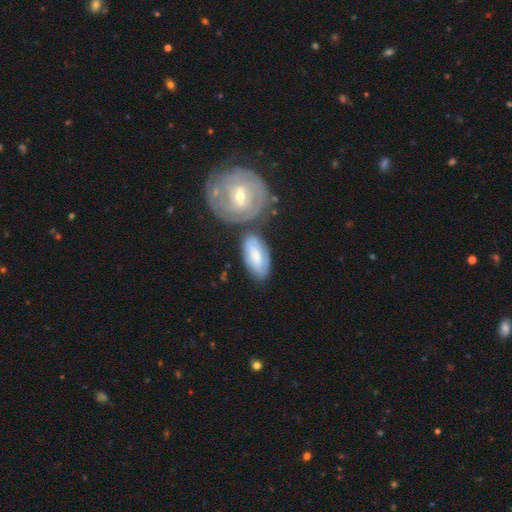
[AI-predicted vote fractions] smooth_or_featured: smooth (p=0.52) [alt: featured or disk p=0.43]
how_rounded: in between (p=0.89) [alt: cigar-shaped p=0.07]
merging: none (p=0.56) [alt: merger p=0.24]